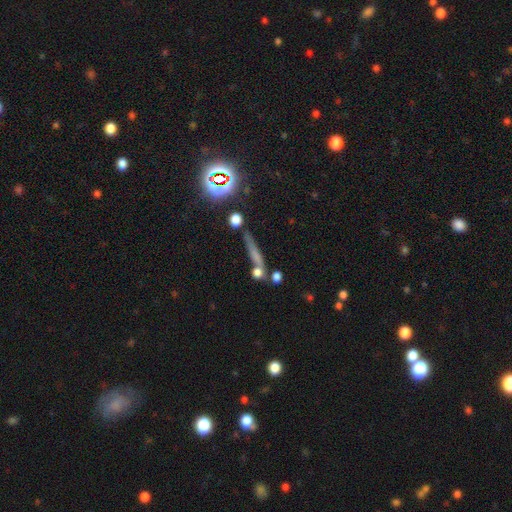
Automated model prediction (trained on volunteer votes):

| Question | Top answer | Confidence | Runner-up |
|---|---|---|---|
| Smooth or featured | smooth | 46% | featured or disk (30%) |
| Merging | none | 64% | merger (15%) |